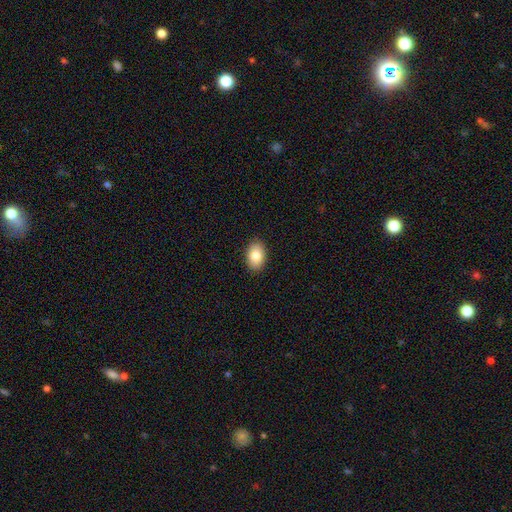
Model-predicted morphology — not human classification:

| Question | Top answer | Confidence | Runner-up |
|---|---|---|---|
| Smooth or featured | smooth | 85% | featured or disk (7%) |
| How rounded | in between | 89% | round (10%) |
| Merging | none | 90% | minor disturbance (7%) |